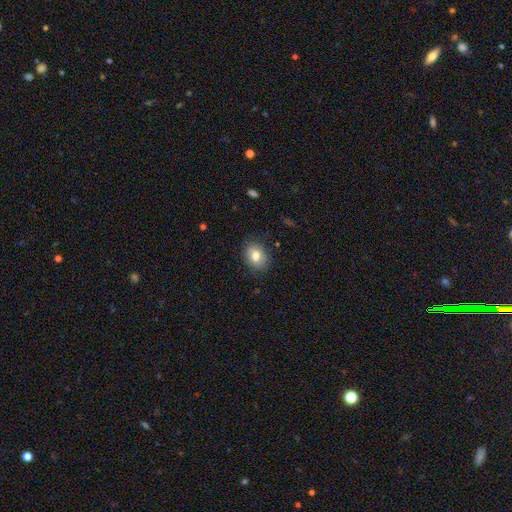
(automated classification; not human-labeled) Overall: smooth (78%). How rounded: in between (52%; round 47%). Merging: none (85%).